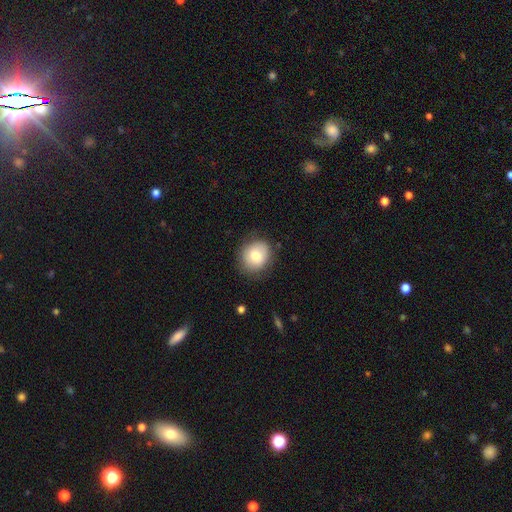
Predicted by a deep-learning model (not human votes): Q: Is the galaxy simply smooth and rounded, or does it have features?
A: smooth — 78%.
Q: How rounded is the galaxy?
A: round — 67%.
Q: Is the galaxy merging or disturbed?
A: none — 79%.